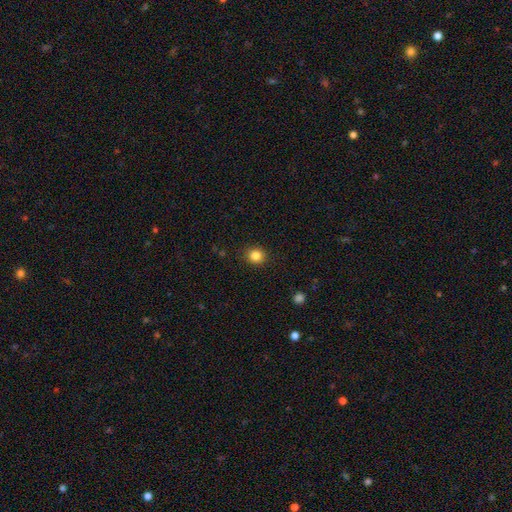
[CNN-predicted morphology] smooth 84%, star or artifact 11%, featured or disk 5%. Down the decision tree: how rounded — round (85%); merging — none (90%).